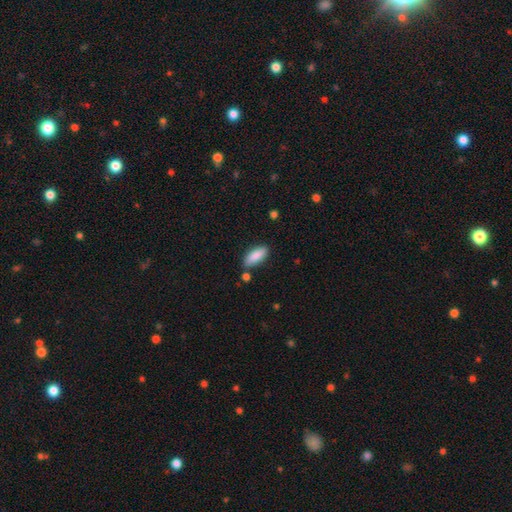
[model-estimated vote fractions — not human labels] Q: Smooth or featured?
A: smooth (86%); runner-up: featured or disk (8%)
Q: How rounded?
A: in between (75%); runner-up: cigar-shaped (23%)
Q: Merging?
A: none (78%); runner-up: minor disturbance (13%)